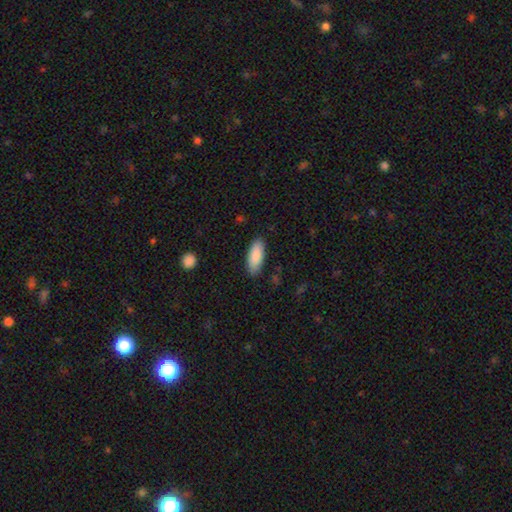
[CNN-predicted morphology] type=smooth (87%); roundness=in between (76%); merging=none (87%).